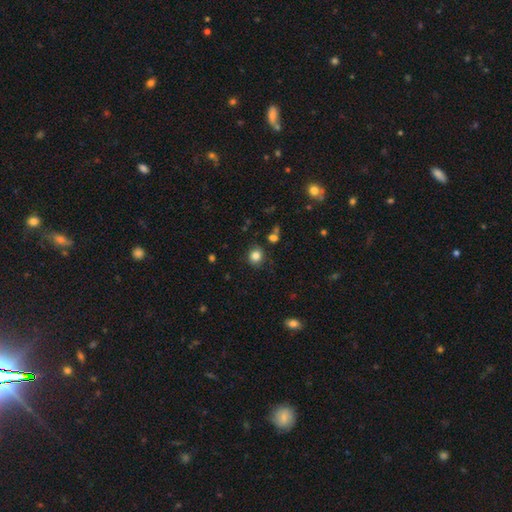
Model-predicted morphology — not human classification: This appears to be a smooth galaxy with no disk features (83%) that is round (82%). Merging: none (85%).